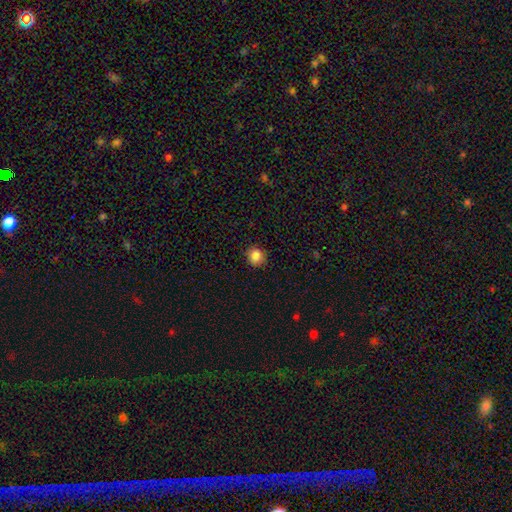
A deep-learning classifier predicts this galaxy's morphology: smooth-or-featured: smooth: 85% | star or artifact: 10% | featured or disk: 5%
  how-rounded: round: 84% | in between: 15% | cigar-shaped: 1%
  merging: none: 85% | minor disturbance: 12% | major disturbance: 2% | merger: 1%